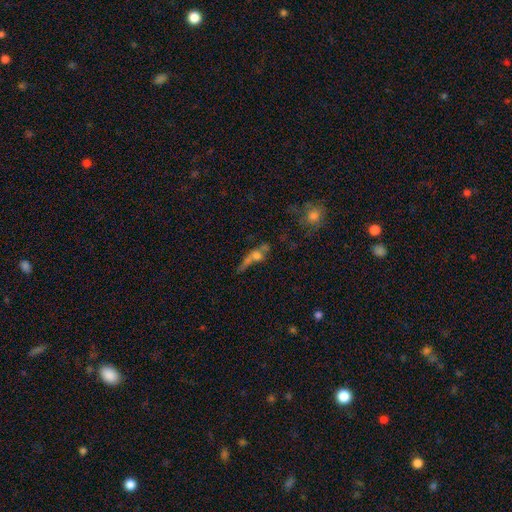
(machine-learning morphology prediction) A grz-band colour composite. It shows a featured or disk galaxy (42%). Merging: none (34%).